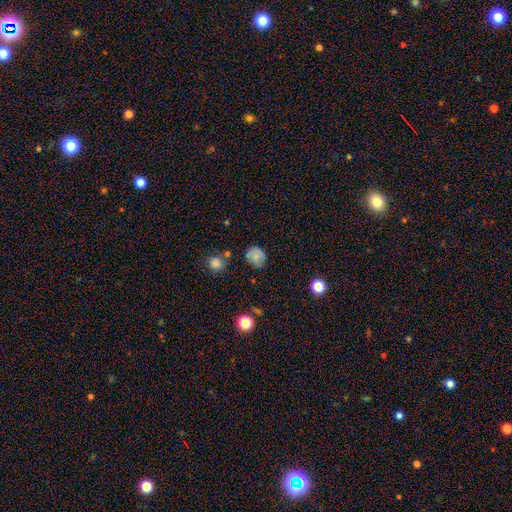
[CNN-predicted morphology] The model was most divided on "how rounded": round: 73%, in between: 26%, cigar-shaped: 1%. More confident: smooth or featured — smooth (75%); merging — none (69%).